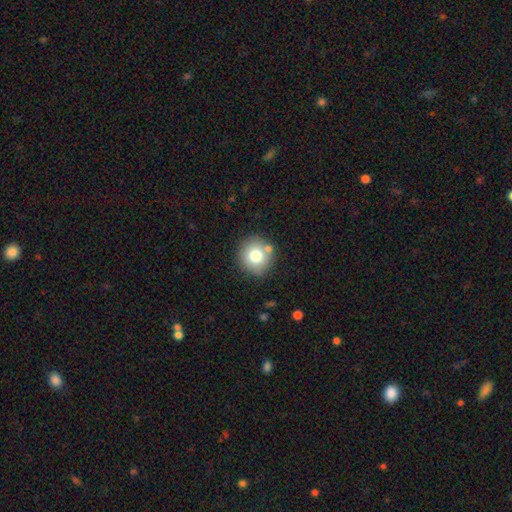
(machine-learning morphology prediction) smooth_or_featured: smooth (p=0.75) [alt: featured or disk p=0.14]
how_rounded: round (p=0.91) [alt: in between p=0.08]
merging: none (p=0.80) [alt: minor disturbance p=0.10]